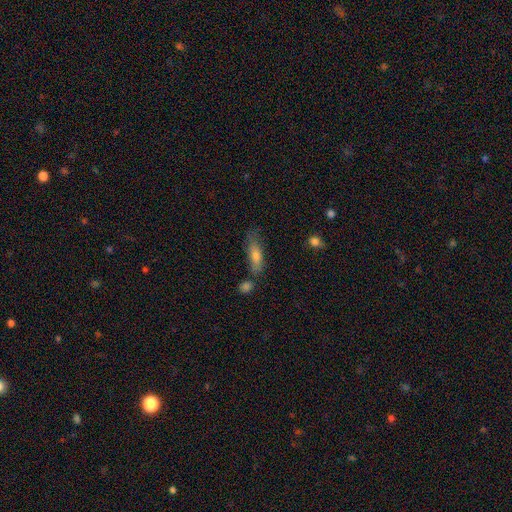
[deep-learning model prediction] smooth 65%, featured or disk 26%, star or artifact 9%. Down the decision tree: how rounded — cigar-shaped (50%); merging — none (57%).